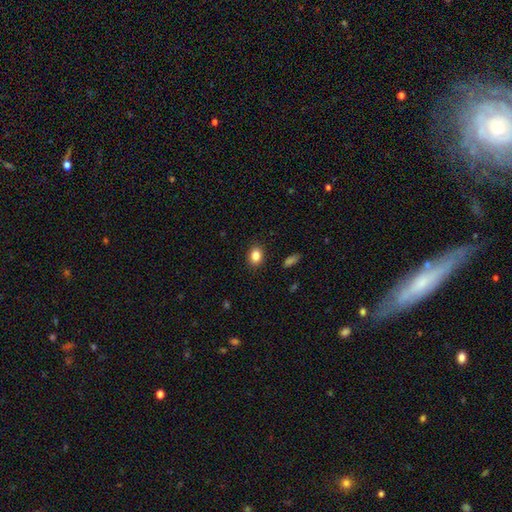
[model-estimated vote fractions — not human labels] Overall: smooth (85%). How rounded: in between (65%; round 33%). Merging: none (88%).